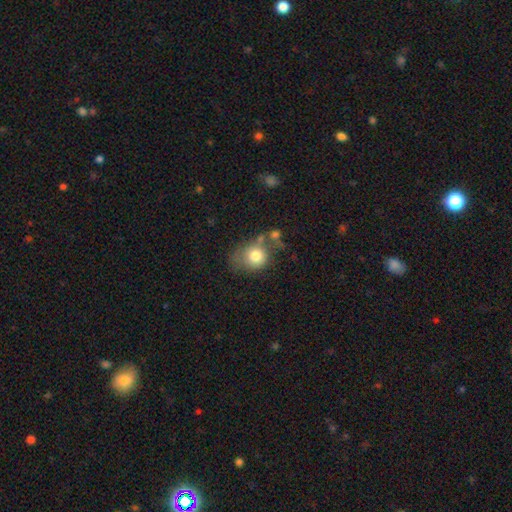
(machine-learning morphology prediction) This is likely a smooth galaxy (77%). How rounded: likely round (63%). Merging: marginally none (38%).